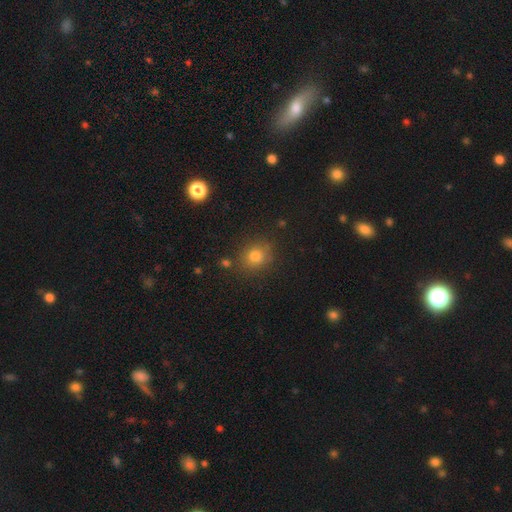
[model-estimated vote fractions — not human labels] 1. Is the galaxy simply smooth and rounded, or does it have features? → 79% smooth, 14% star or artifact, 7% featured or disk.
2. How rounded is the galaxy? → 77% round, 22% in between, 1% cigar-shaped.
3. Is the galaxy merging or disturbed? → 81% none, 11% minor disturbance, 4% merger, 4% major disturbance.